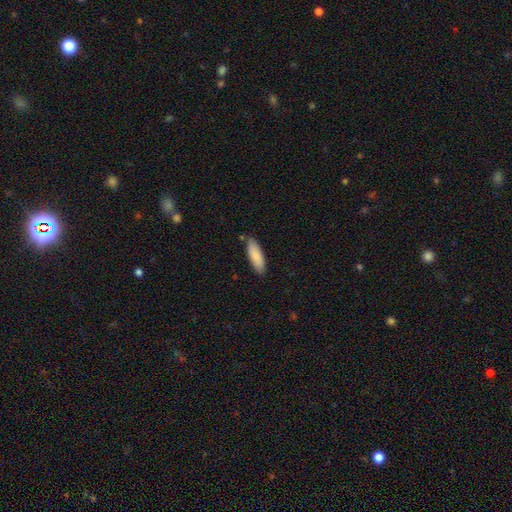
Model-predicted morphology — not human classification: smooth_or_featured: smooth (p=0.86) [alt: featured or disk p=0.08]
how_rounded: in between (p=0.57) [alt: cigar-shaped p=0.41]
merging: none (p=0.83) [alt: minor disturbance p=0.13]